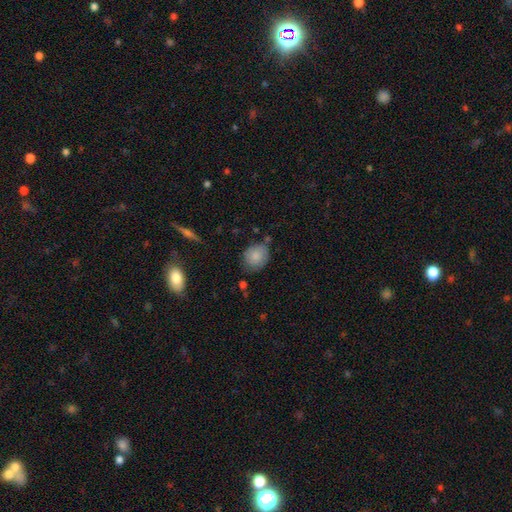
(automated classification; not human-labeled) This is clearly a smooth galaxy (83%). How rounded: likely round (66%). Merging: likely none (68%).